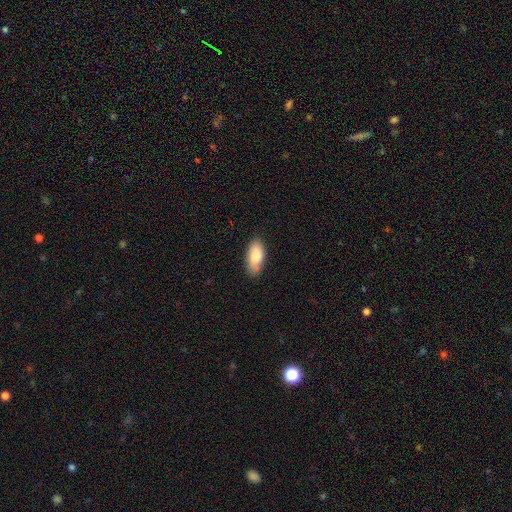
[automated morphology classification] Smooth or featured: smooth — 85% (featured or disk — 9%)
How rounded: in between — 89% (cigar-shaped — 9%)
Merging: none — 77% (minor disturbance — 18%)